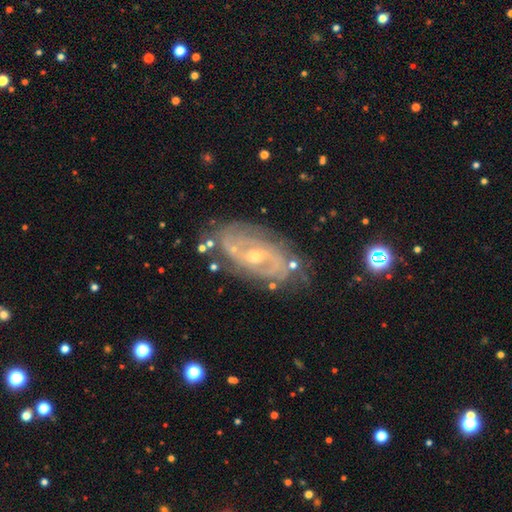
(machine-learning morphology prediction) A featured or disk galaxy (85%) with no bar (49%), 2 (55%) tight (55%) spiral arms (95%) and a small central bulge (54%).

Vote fractions:
- Smooth or featured? featured or disk: 85% / star or artifact: 7% / smooth: 7%
- Edge-on disk? no: 94% / yes: 6%
- Bar? no: 49% / weak: 40% / strong: 12%
- Spiral arms? yes: 95% / no: 5%
- Spiral winding? tight: 55% / medium: 35% / loose: 9%
- Spiral arm count? 2: 55% / can't tell: 22% / 3: 11% / 4: 5% / more than 4: 4% / 1: 4%
- Bulge size? small: 54% / moderate: 42% / large: 2% / none: 1% / dominant: 1%
- Merging? none: 76% / minor disturbance: 16% / major disturbance: 5% / merger: 3%